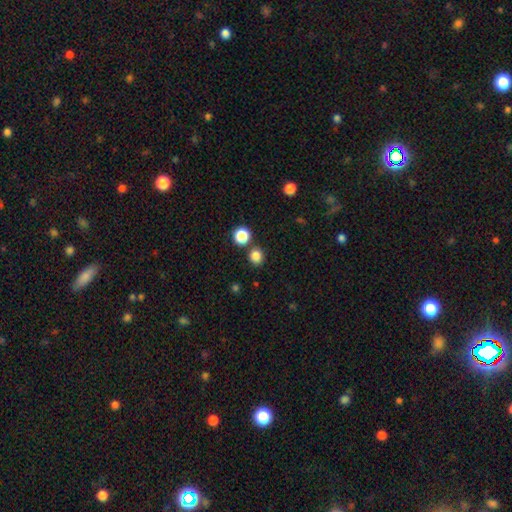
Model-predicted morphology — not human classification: Overall: smooth (82%). How rounded: round (85%). Merging: none (83%).